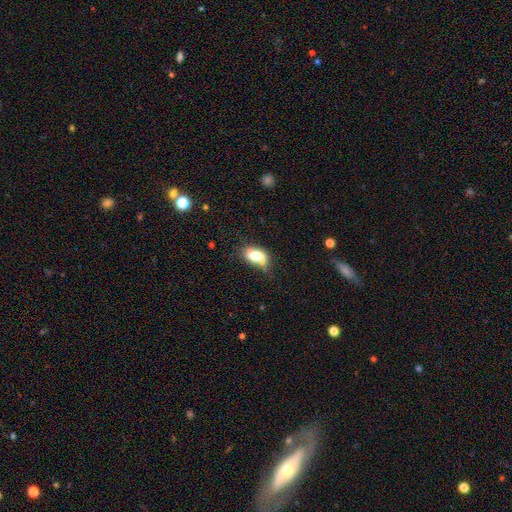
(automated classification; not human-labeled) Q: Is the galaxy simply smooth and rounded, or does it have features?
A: smooth — 60%.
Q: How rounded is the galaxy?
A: in between — 85%.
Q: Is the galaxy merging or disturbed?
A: none — 34%.